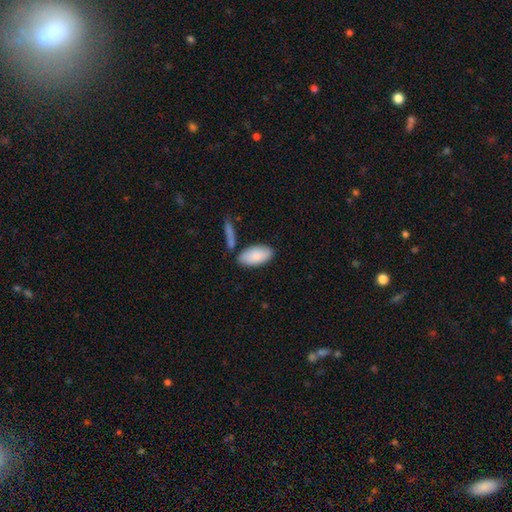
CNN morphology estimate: This is clearly a smooth galaxy (86%). How rounded: clearly in between (93%). Merging: likely none (75%).